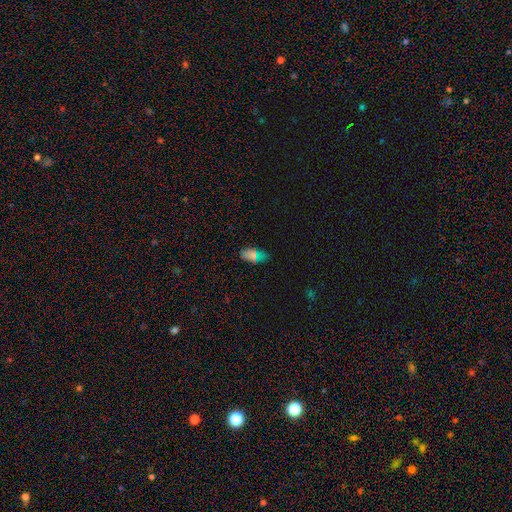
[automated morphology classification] Smooth or featured? smooth (70%)
How rounded? in between (90%)
Merging? none (80%)